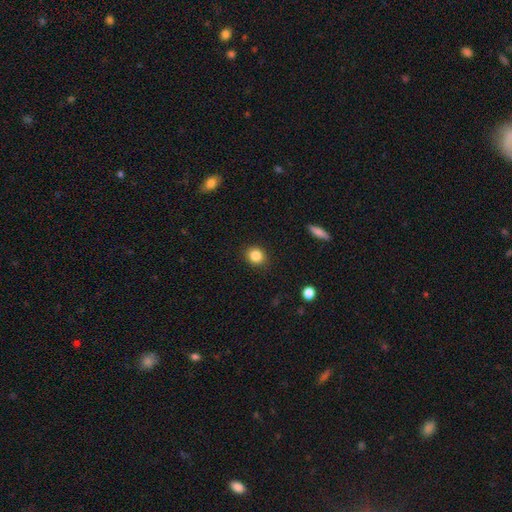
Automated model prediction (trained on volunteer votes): Smooth or featured? Predicted: smooth (p=0.85). How rounded? Predicted: round (p=0.73). Merging? Predicted: none (p=0.89).